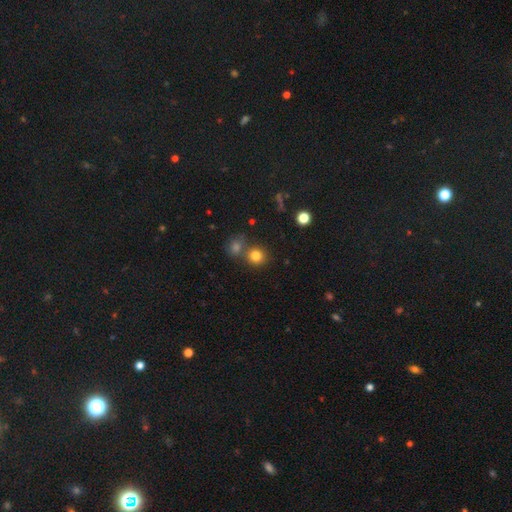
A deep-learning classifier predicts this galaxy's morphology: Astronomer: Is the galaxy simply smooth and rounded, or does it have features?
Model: smooth — 80%.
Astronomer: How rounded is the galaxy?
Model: round — 88%.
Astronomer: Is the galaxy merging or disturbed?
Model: none — 66%.